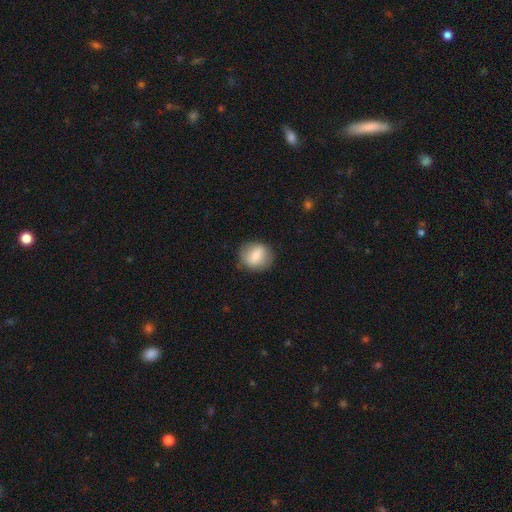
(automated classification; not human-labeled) Smooth or featured: smooth — 75% (featured or disk — 18%)
How rounded: round — 74% (in between — 25%)
Merging: none — 81% (minor disturbance — 14%)